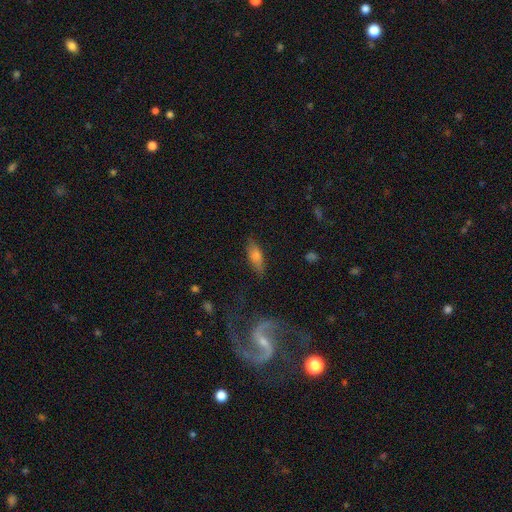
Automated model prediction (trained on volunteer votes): Smooth or featured? smooth (55%)
How rounded? in between (61%)
Merging? none (79%)